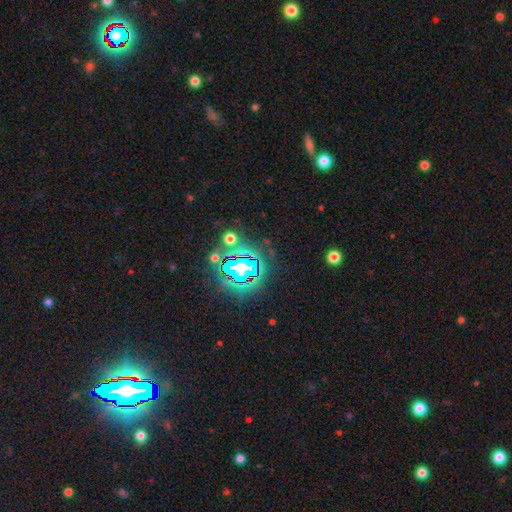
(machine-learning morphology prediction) Smooth or featured: star or artifact — 84% (smooth — 9%)